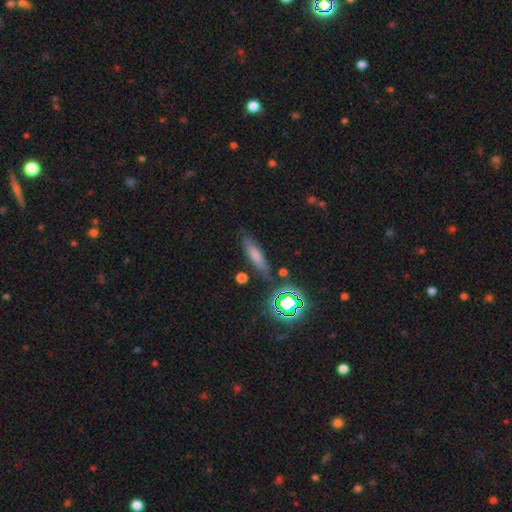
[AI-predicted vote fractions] Morphology: type=smooth (60%); roundness=cigar-shaped (71%); merging=none (76%).